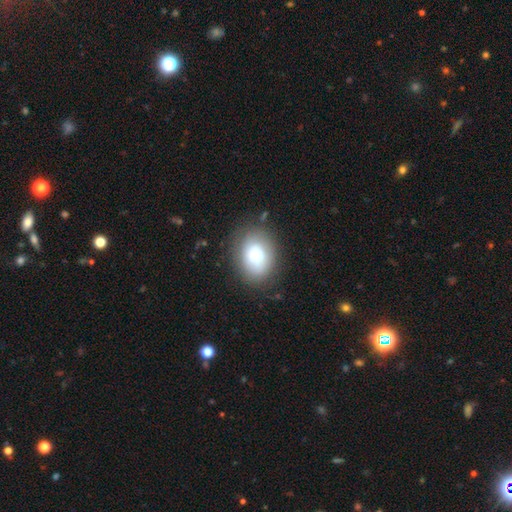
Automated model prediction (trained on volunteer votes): Smooth or featured? smooth (74%)
How rounded? in between (68%)
Merging? none (75%)